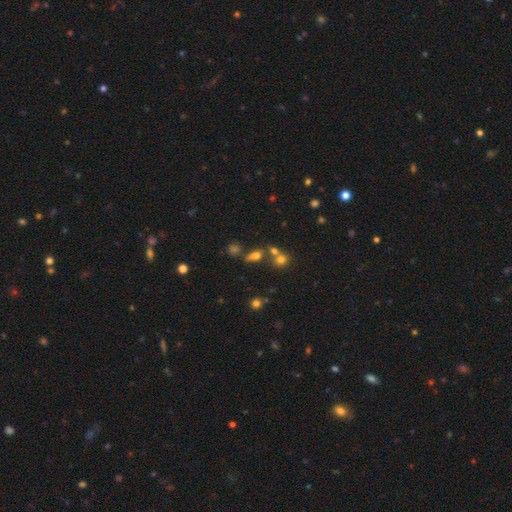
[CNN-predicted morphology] Smooth or featured: smooth — 61% (star or artifact — 21%)
How rounded: in between — 61% (round — 26%)
Merging: none — 54% (merger — 27%)